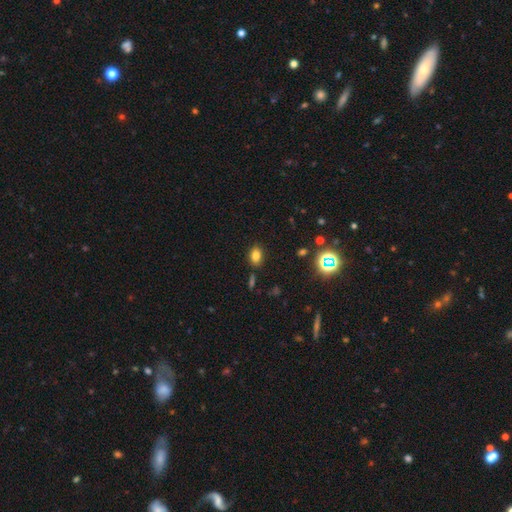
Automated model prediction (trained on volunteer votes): smooth_or_featured: smooth (p=0.78) [alt: star or artifact p=0.15]
how_rounded: in between (p=0.76) [alt: round p=0.22]
merging: none (p=0.83) [alt: minor disturbance p=0.11]